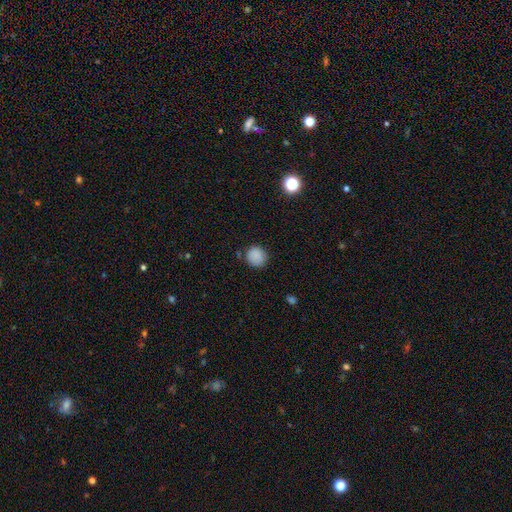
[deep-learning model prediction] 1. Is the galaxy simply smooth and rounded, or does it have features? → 87% smooth, 10% star or artifact, 4% featured or disk.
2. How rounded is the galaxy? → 90% round, 9% in between, 1% cigar-shaped.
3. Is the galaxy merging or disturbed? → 83% none, 12% minor disturbance, 3% major disturbance, 2% merger.